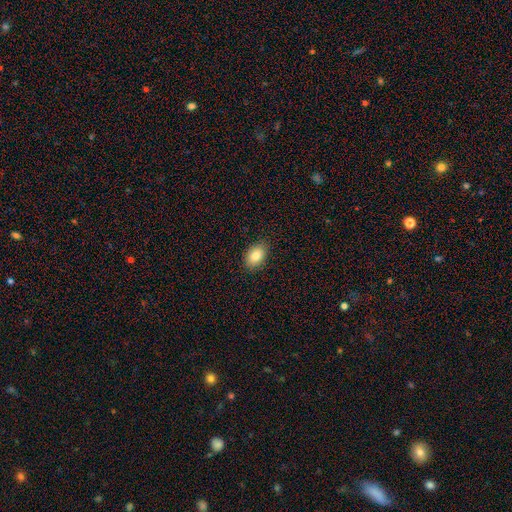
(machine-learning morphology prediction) This appears to be a smooth galaxy with no disk features (85%) that is in between round and cigar-shaped (85%). Merging: none (87%).